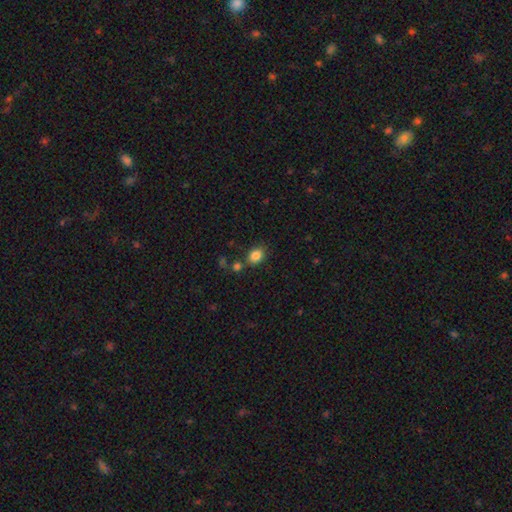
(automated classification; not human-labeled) smooth 84%, star or artifact 10%, featured or disk 5%. Down the decision tree: how rounded — in between (59%); merging — none (76%).